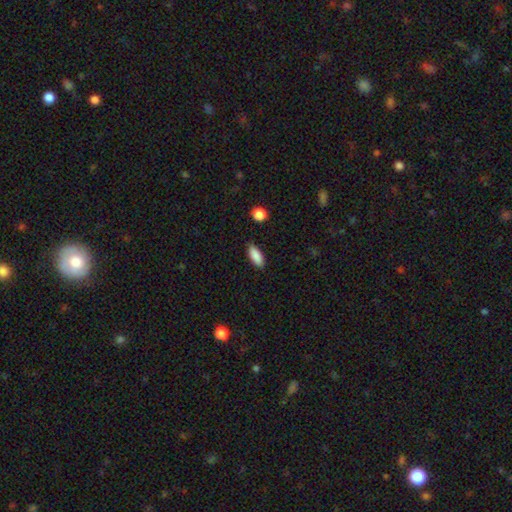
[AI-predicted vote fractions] Q: Smooth or featured?
A: smooth (89%); runner-up: star or artifact (7%)
Q: How rounded?
A: in between (81%); runner-up: cigar-shaped (17%)
Q: Merging?
A: none (86%); runner-up: minor disturbance (11%)